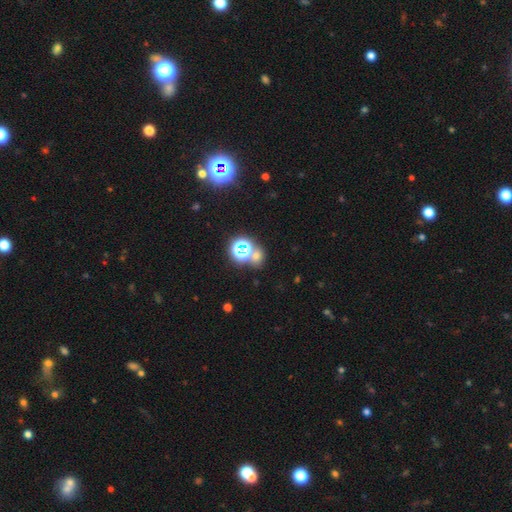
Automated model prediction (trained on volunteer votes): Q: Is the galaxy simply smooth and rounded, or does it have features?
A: smooth — 51%.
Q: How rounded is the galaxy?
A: round — 71%.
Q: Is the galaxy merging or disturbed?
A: none — 62%.